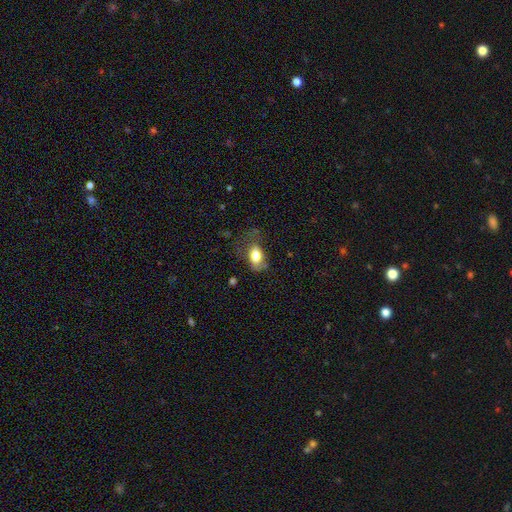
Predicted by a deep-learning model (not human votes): smooth-or-featured: smooth: 76% | featured or disk: 16% | star or artifact: 8%
  how-rounded: in between: 87% | round: 11% | cigar-shaped: 3%
  merging: none: 45% | minor disturbance: 30% | major disturbance: 22% | merger: 3%